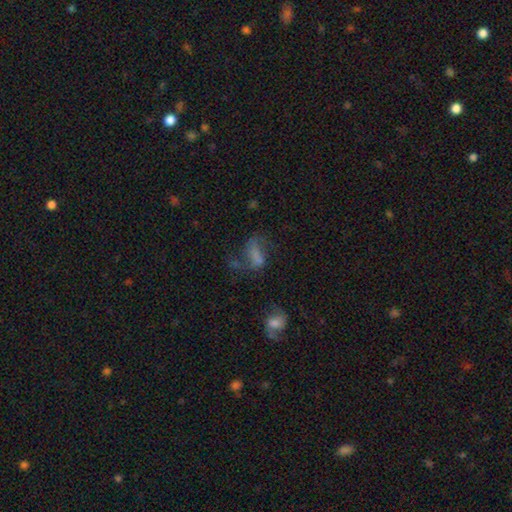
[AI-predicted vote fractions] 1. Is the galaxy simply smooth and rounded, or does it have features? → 45% smooth, 37% featured or disk, 17% star or artifact.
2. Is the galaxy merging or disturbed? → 36% major disturbance, 33% none, 20% minor disturbance, 11% merger.